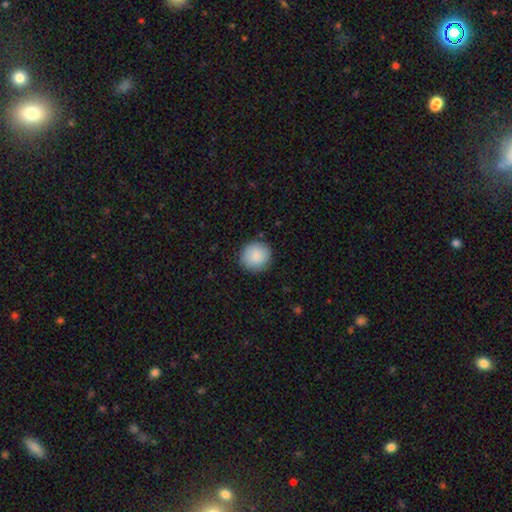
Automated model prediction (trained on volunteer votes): Smooth or featured?
  - smooth: 88% *
  - star or artifact: 7%
  - featured or disk: 5%
How rounded?
  - round: 92% *
  - in between: 7%
  - cigar-shaped: 1%
Merging?
  - none: 89% *
  - minor disturbance: 8%
  - major disturbance: 2%
  - merger: 1%